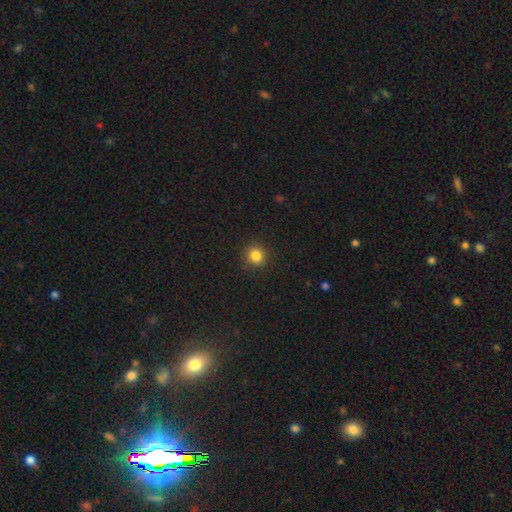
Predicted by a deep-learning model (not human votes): Morphology: type=smooth (84%); roundness=round (91%); merging=none (91%).